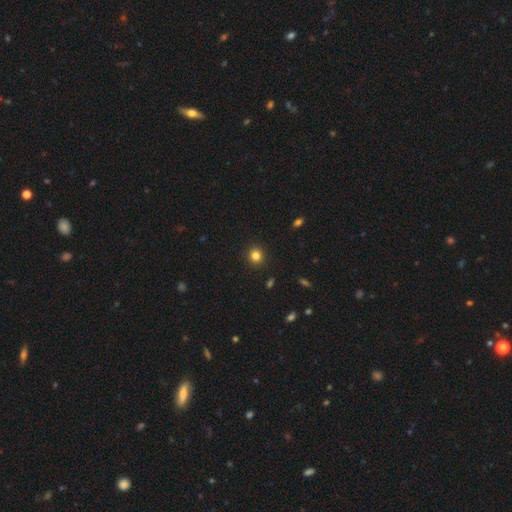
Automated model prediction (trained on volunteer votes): Morphology: type=smooth (83%); roundness=round (90%); merging=none (92%).